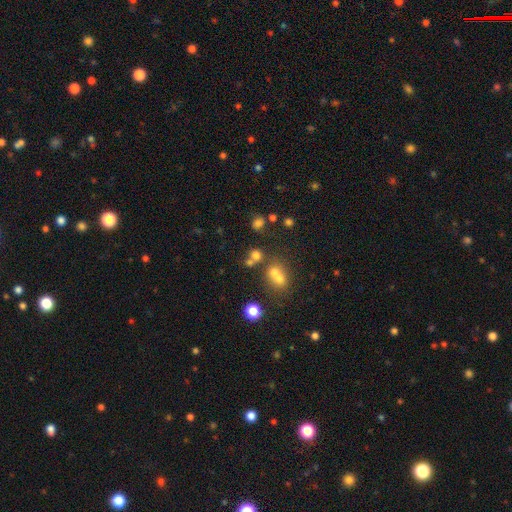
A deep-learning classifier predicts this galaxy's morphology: This is likely a smooth galaxy (65%). How rounded: likely round (75%). Merging: marginally merger (44%).